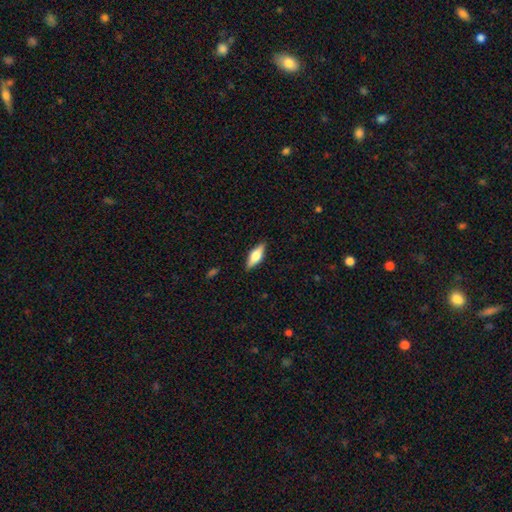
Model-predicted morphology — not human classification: Q: Smooth or featured?
A: smooth (52%); runner-up: featured or disk (41%)
Q: How rounded?
A: in between (64%); runner-up: cigar-shaped (33%)
Q: Merging?
A: none (88%); runner-up: minor disturbance (9%)